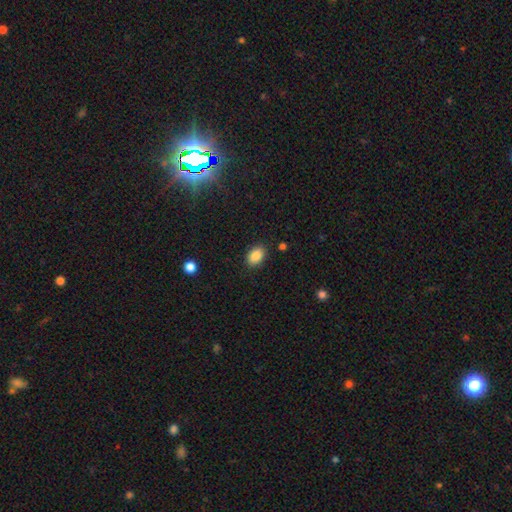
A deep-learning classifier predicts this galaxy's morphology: smooth_or_featured: smooth (p=0.88) [alt: star or artifact p=0.08]
how_rounded: in between (p=0.83) [alt: round p=0.15]
merging: none (p=0.87) [alt: minor disturbance p=0.09]